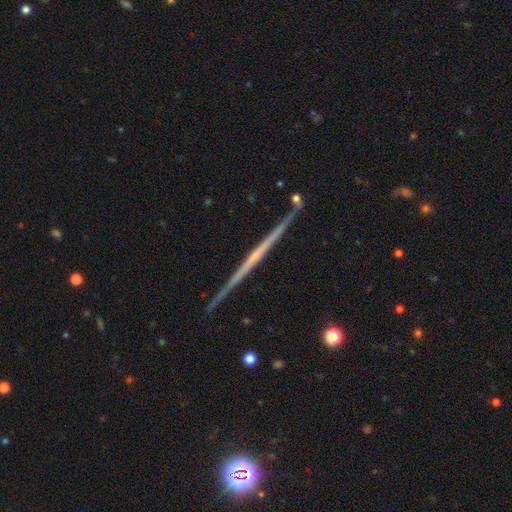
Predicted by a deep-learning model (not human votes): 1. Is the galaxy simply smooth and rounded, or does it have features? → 77% featured or disk, 17% smooth, 6% star or artifact.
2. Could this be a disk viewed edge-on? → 99% yes, 1% no.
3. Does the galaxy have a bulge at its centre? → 79% none, 15% rounded, 6% boxy.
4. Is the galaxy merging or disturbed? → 92% none, 6% minor disturbance, 2% merger, 1% major disturbance.